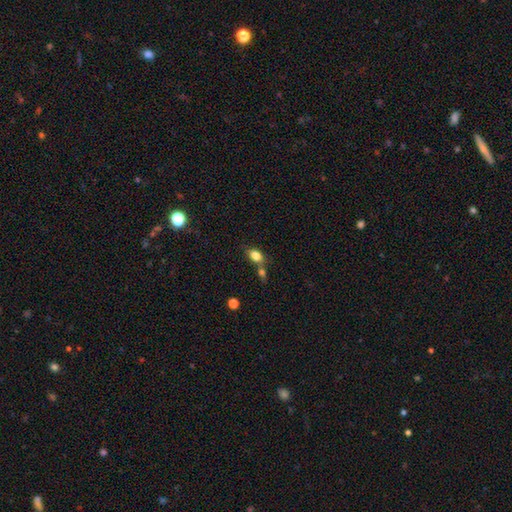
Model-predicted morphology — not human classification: The model was most divided on "merging": none: 50%, merger: 30%, minor disturbance: 15%, major disturbance: 5%. More confident: smooth or featured — smooth (81%); how rounded — in between (79%).